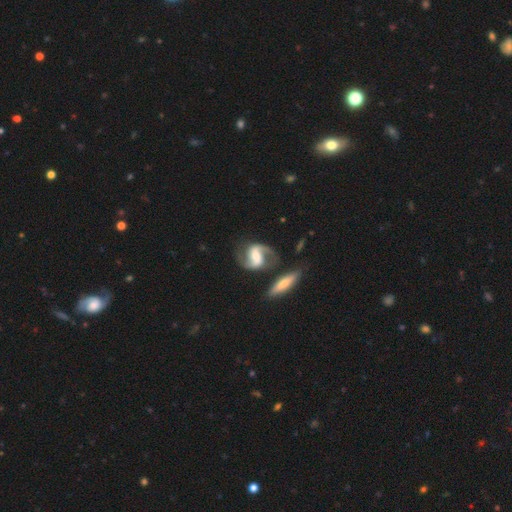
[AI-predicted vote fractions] Smooth or featured: featured or disk — 85% (smooth — 10%)
Edge-on disk: no — 96% (yes — 4%)
Bar: weak — 42% (strong — 35%)
Spiral arms: yes — 96% (no — 4%)
Spiral winding: medium — 47% (loose — 41%)
Spiral arm count: 2 — 92% (can't tell — 3%)
Bulge size: moderate — 54% (small — 35%)
Merging: none — 68% (minor disturbance — 14%)